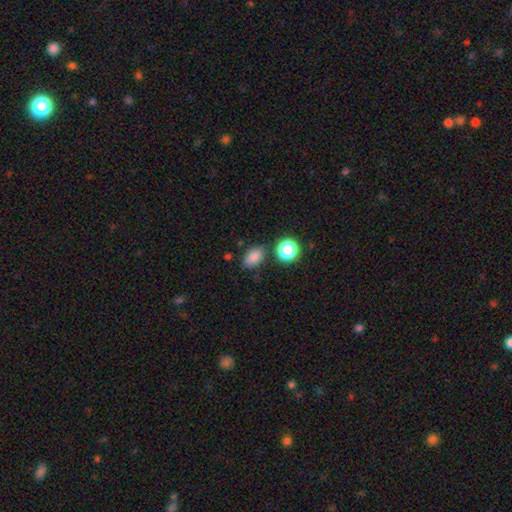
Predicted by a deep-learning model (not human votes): smooth-or-featured: smooth: 83% | star or artifact: 12% | featured or disk: 5%
  how-rounded: in between: 81% | round: 18% | cigar-shaped: 2%
  merging: none: 78% | minor disturbance: 13% | merger: 6% | major disturbance: 3%